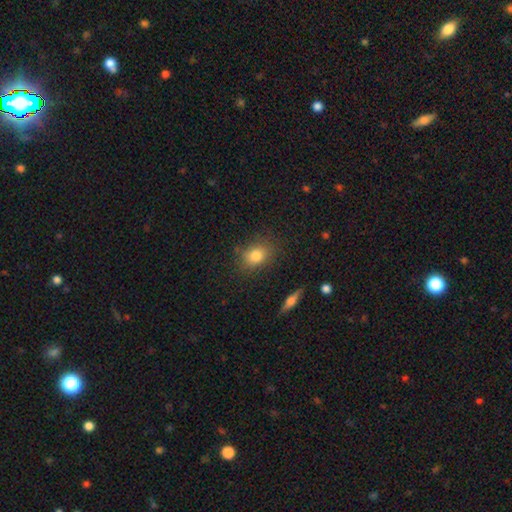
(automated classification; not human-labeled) The model was most divided on "how rounded": in between: 60%, round: 37%, cigar-shaped: 2%. More confident: smooth or featured — smooth (80%); merging — none (78%).